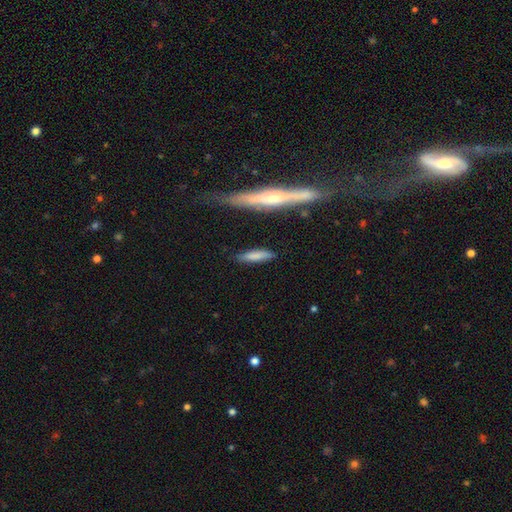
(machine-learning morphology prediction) A smooth galaxy with no disk features (75%) that is cigar-shaped (76%).

Vote fractions:
- Smooth or featured? smooth: 75% / featured or disk: 19% / star or artifact: 6%
- How rounded? cigar-shaped: 76% / in between: 22% / round: 2%
- Merging? none: 79% / minor disturbance: 15% / major disturbance: 3% / merger: 3%